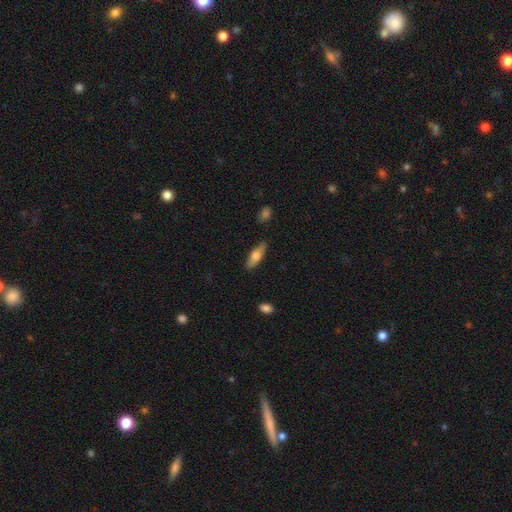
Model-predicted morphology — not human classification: A smooth galaxy with no disk features (64%) that is in between round and cigar-shaped (54%). Merging: none (85%).